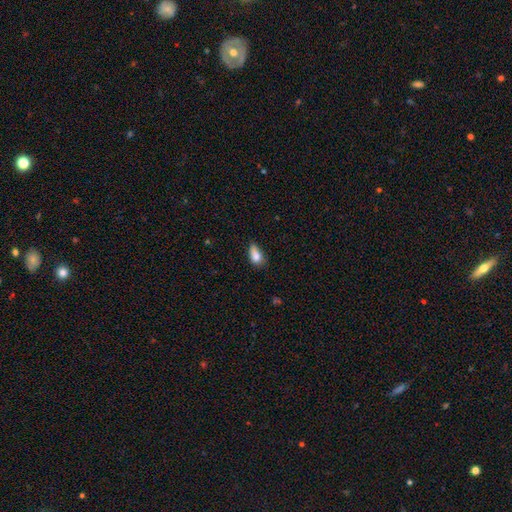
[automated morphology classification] A smooth galaxy with no disk features (81%) that is in between round and cigar-shaped (86%). Merging: minor disturbance (43%).